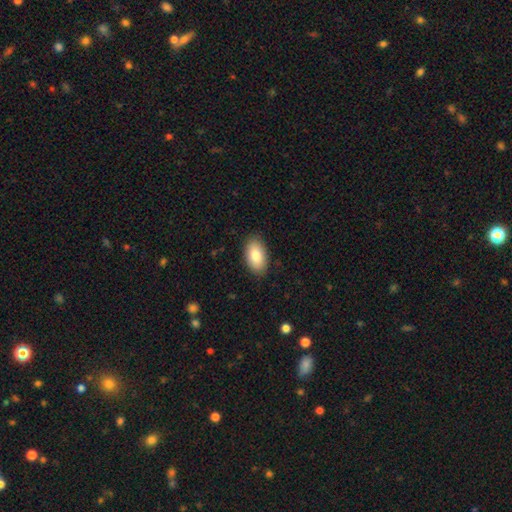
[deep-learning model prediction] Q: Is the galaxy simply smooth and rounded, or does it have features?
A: smooth — 82%.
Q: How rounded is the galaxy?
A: in between — 94%.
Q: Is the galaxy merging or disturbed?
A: none — 88%.